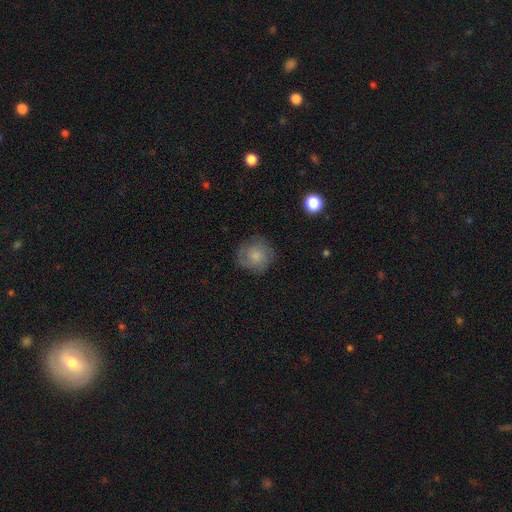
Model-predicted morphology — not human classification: Smooth or featured: smooth — 71% (featured or disk — 20%)
How rounded: round — 89% (in between — 10%)
Merging: none — 75% (minor disturbance — 18%)